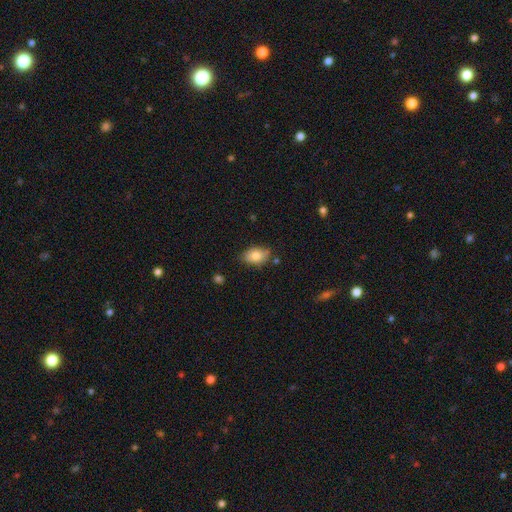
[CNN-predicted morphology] This is clearly a smooth galaxy (81%). How rounded: clearly in between (86%). Merging: likely none (76%).